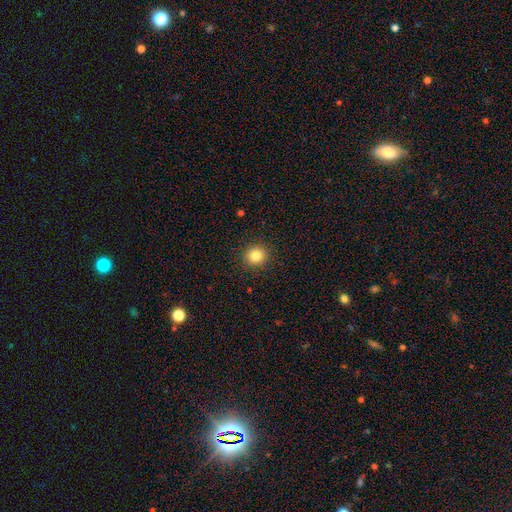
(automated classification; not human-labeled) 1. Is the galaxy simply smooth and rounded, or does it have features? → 83% smooth, 12% star or artifact, 5% featured or disk.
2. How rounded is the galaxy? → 90% round, 9% in between, 1% cigar-shaped.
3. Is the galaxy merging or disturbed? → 92% none, 5% minor disturbance, 2% major disturbance, 1% merger.